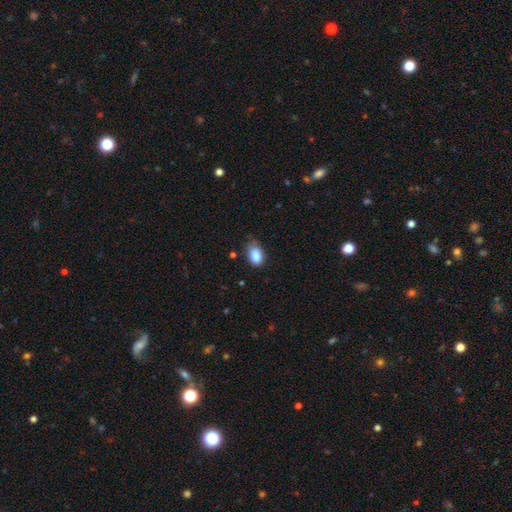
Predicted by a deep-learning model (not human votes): smooth-or-featured: smooth: 87% | star or artifact: 8% | featured or disk: 5%
  how-rounded: in between: 88% | round: 10% | cigar-shaped: 1%
  merging: none: 61% | minor disturbance: 31% | major disturbance: 6% | merger: 2%